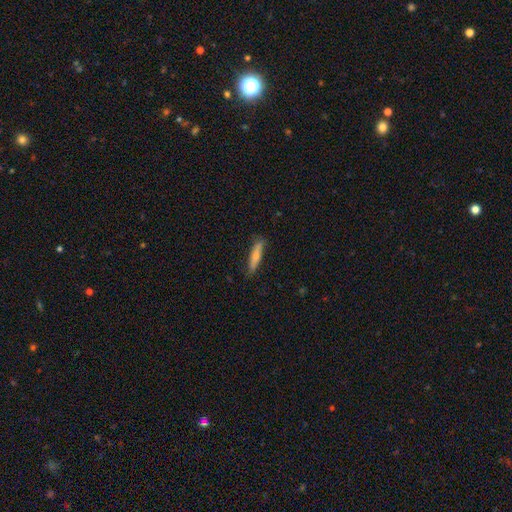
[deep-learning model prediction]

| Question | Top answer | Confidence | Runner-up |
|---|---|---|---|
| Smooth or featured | smooth | 68% | featured or disk (26%) |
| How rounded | cigar-shaped | 85% | in between (14%) |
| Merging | none | 83% | minor disturbance (14%) |